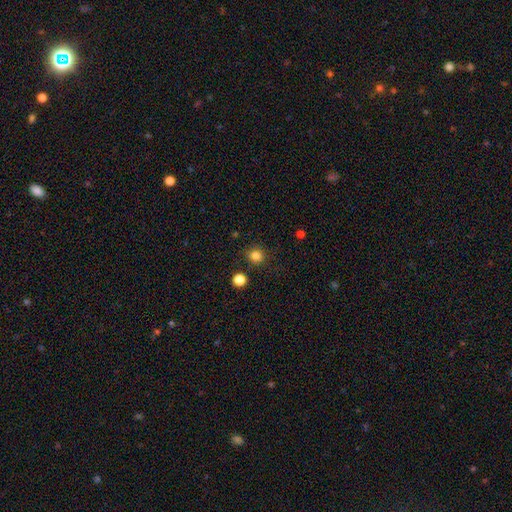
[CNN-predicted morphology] Smooth or featured: smooth — 83% (star or artifact — 13%)
How rounded: round — 91% (in between — 8%)
Merging: none — 87% (minor disturbance — 7%)